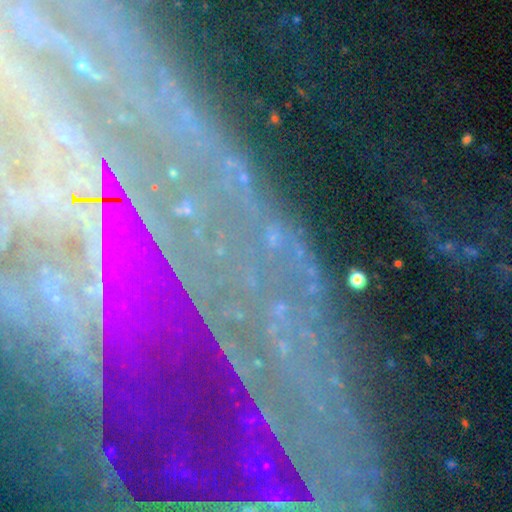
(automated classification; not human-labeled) Smooth or featured? star or artifact (72%)